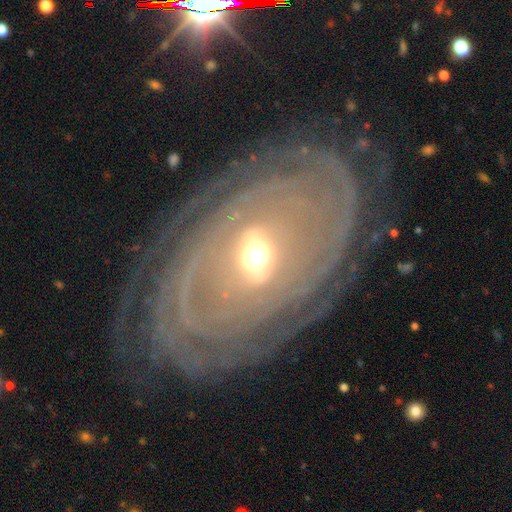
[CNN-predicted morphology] This appears to be a featured or disk galaxy (86%) with a weak bar (35%, tied with strong), tight (65%) spiral arms (80%) and a moderate central bulge (58%). Merging: none (67%).